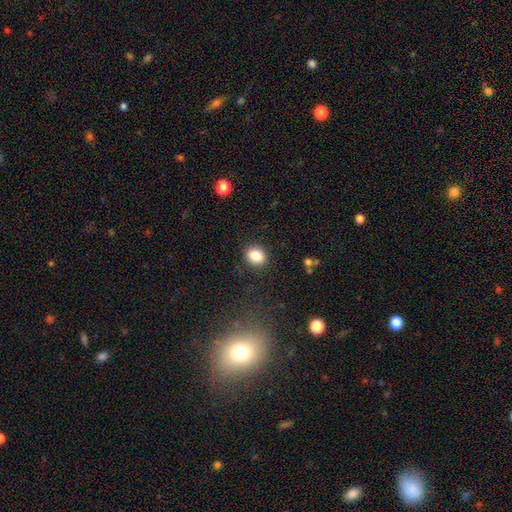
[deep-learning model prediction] Smooth or featured? smooth (85%)
How rounded? round (57%)
Merging? none (88%)